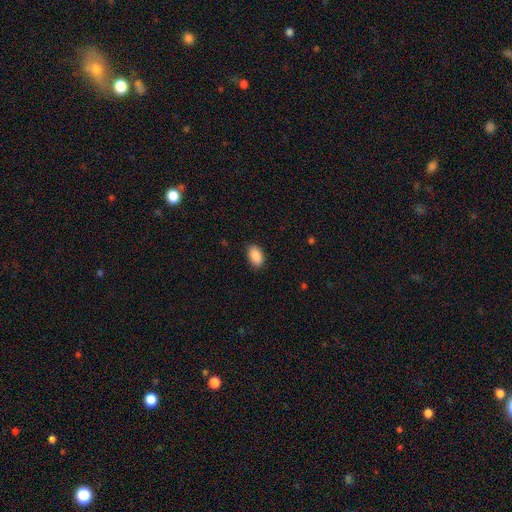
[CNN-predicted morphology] Overall: smooth (90%). How rounded: in between (91%). Merging: none (86%).